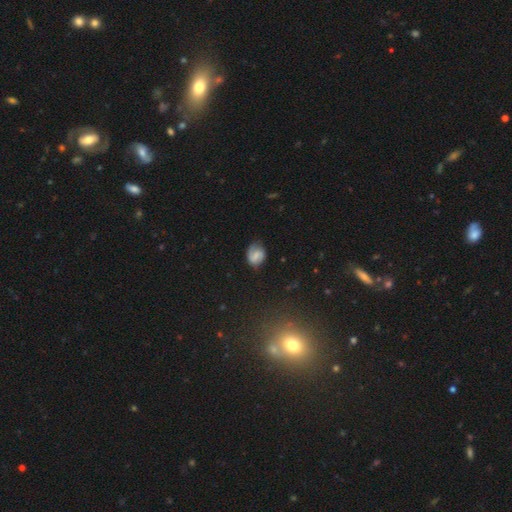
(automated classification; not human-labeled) Overall: smooth (51%; featured or disk 39%). How rounded: in between (52%; round 46%). Merging: none (66%).